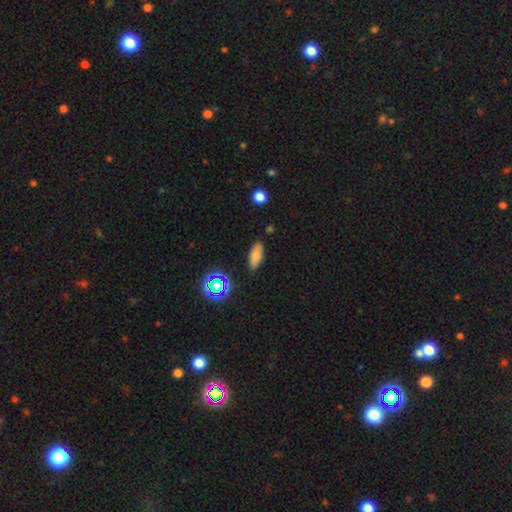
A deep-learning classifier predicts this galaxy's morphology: Smooth or featured? Predicted: smooth (p=0.76). How rounded? Predicted: in between (p=0.72). Merging? Predicted: none (p=0.84).